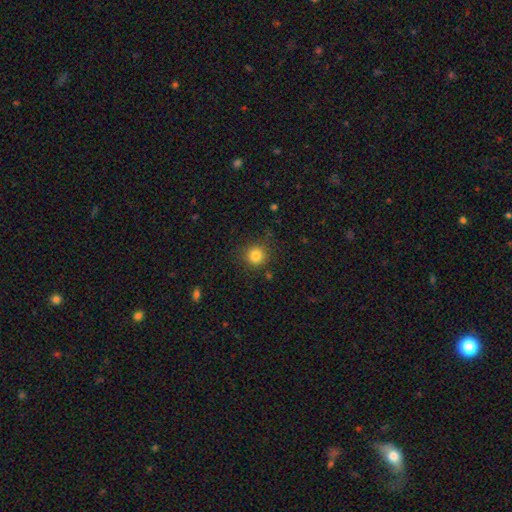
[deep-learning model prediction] smooth 83%, star or artifact 12%, featured or disk 5%. Down the decision tree: how rounded — round (92%); merging — none (85%).